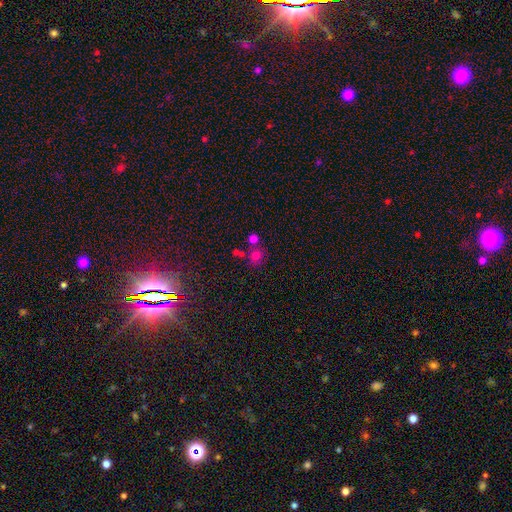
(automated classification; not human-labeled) Q: Smooth or featured?
A: smooth (69%); runner-up: star or artifact (20%)
Q: How rounded?
A: round (82%); runner-up: in between (17%)
Q: Merging?
A: none (59%); runner-up: merger (26%)